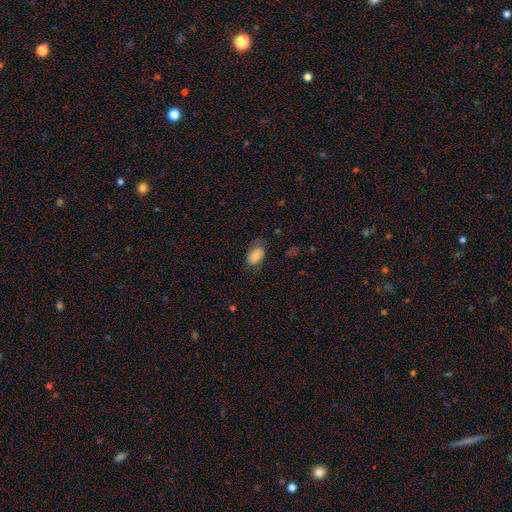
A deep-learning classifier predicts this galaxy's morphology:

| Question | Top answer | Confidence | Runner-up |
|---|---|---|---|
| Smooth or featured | smooth | 79% | featured or disk (13%) |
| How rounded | in between | 91% | round (7%) |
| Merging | none | 66% | minor disturbance (24%) |